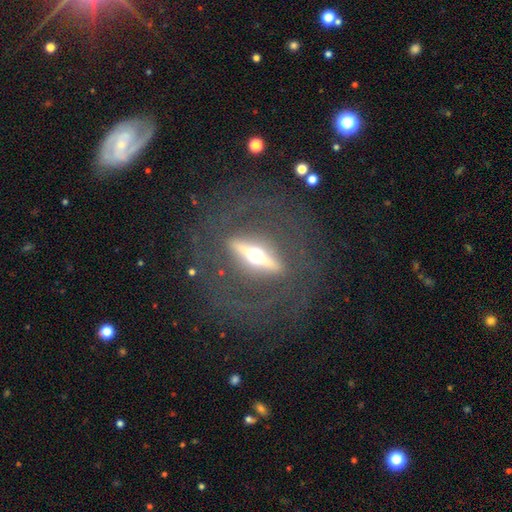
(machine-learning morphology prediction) featured or disk 85%, smooth 8%, star or artifact 7%. Down the decision tree: edge-on disk — yes (74%); edge-on bulge — rounded (95%); merging — none (79%).